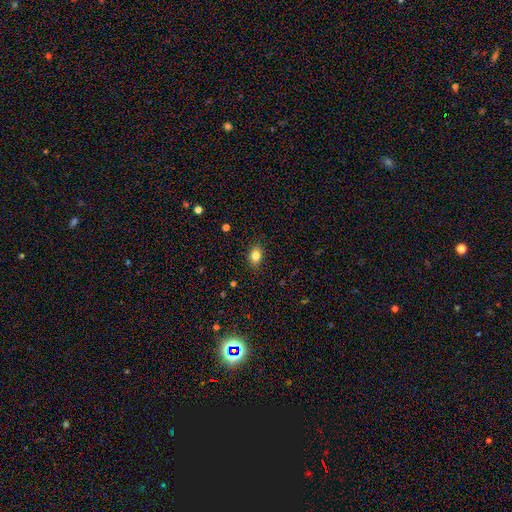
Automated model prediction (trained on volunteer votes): Morphology: type=smooth (82%); roundness=in between (76%); merging=none (87%).